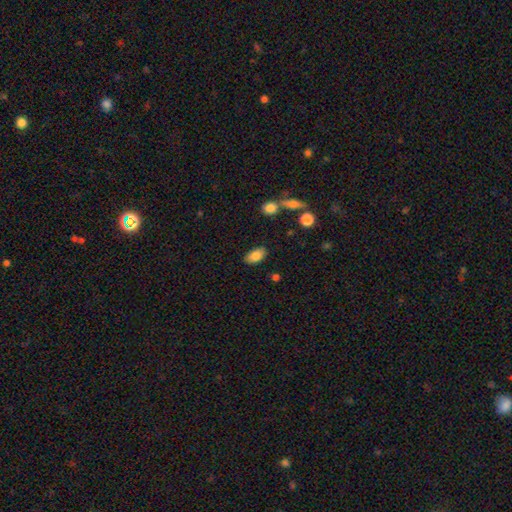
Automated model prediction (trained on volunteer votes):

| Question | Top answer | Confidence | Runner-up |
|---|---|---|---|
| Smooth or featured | smooth | 83% | featured or disk (9%) |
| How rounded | in between | 92% | round (4%) |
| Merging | none | 83% | minor disturbance (12%) |